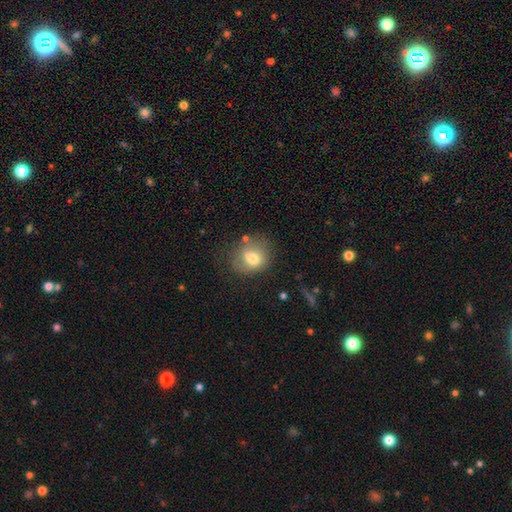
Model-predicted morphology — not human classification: The model was most divided on "how rounded": round: 66%, in between: 33%, cigar-shaped: 1%. More confident: smooth or featured — smooth (70%); merging — none (64%).